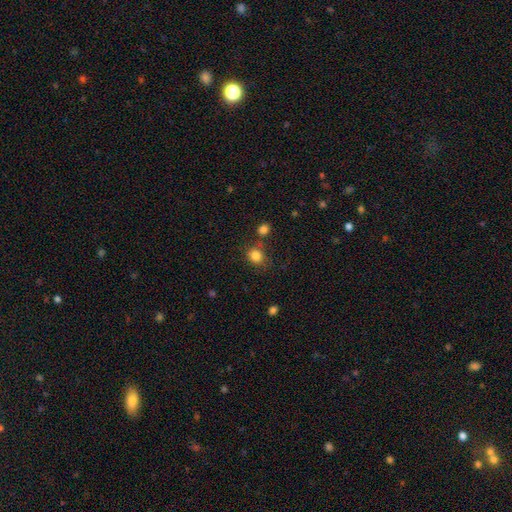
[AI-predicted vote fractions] This is clearly a smooth galaxy (83%). How rounded: likely round (78%). Merging: likely none (70%).